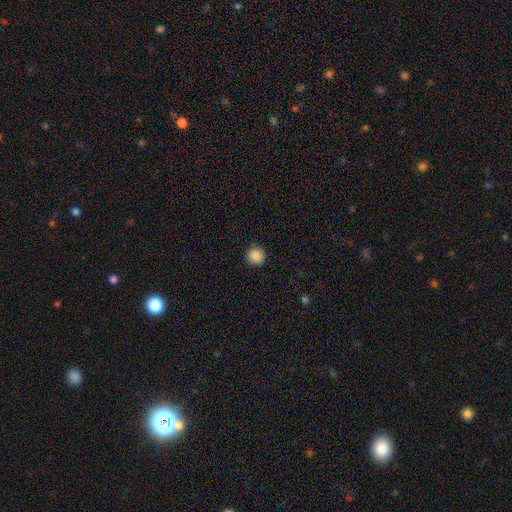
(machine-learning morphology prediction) type=smooth (88%); roundness=round (90%); merging=none (90%).